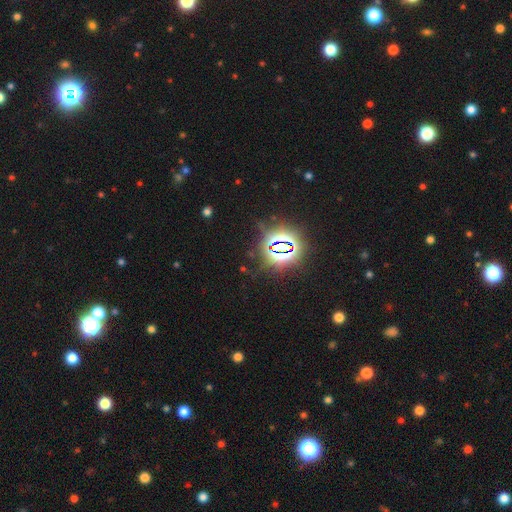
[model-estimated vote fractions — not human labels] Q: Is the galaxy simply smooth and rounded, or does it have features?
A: star or artifact — 75%.